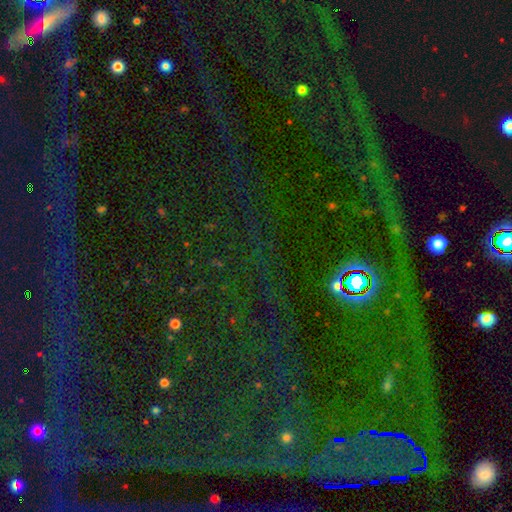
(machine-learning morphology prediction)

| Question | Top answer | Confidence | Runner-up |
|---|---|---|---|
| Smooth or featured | star or artifact | 79% | smooth (12%) |